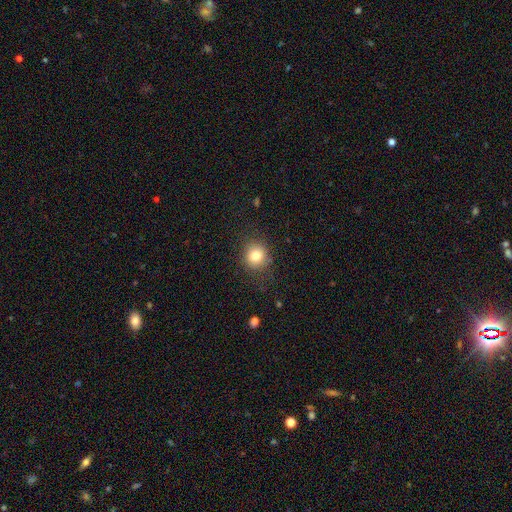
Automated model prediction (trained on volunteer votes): Q: Smooth or featured?
A: smooth (82%); runner-up: star or artifact (11%)
Q: How rounded?
A: round (84%); runner-up: in between (15%)
Q: Merging?
A: none (82%); runner-up: minor disturbance (12%)